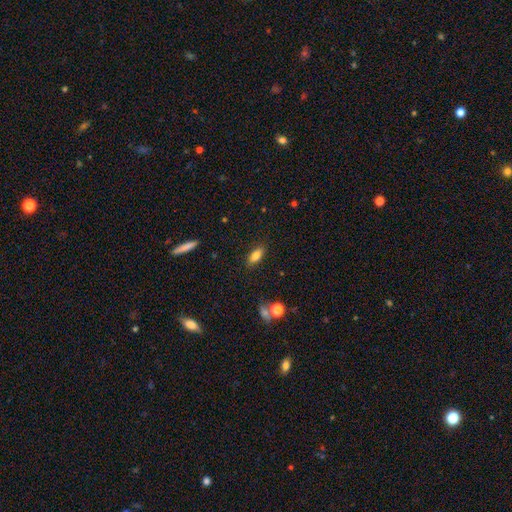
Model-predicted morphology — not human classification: Smooth or featured? Predicted: smooth (p=0.79). How rounded? Predicted: in between (p=0.78). Merging? Predicted: none (p=0.85).